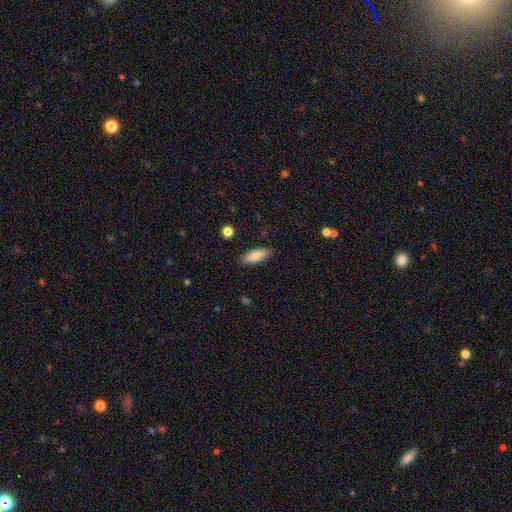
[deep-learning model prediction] Overall: smooth (84%). How rounded: in between (70%). Merging: none (87%).